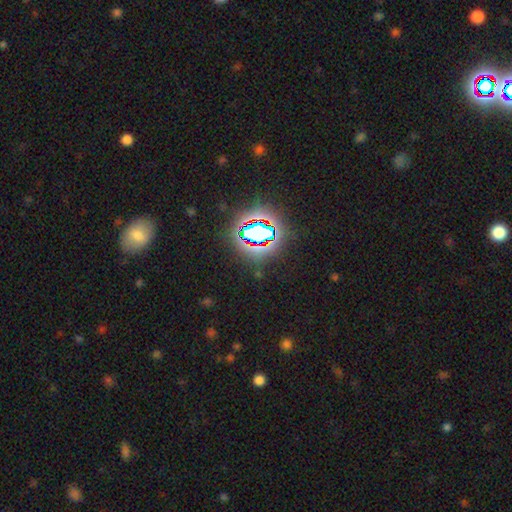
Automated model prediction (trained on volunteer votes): Q: Smooth or featured?
A: star or artifact (75%); runner-up: smooth (16%)